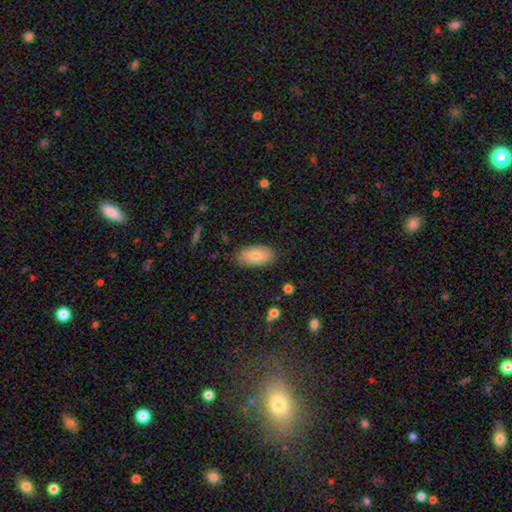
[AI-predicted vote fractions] Morphology: type=smooth (78%); roundness=in between (93%); merging=none (86%).